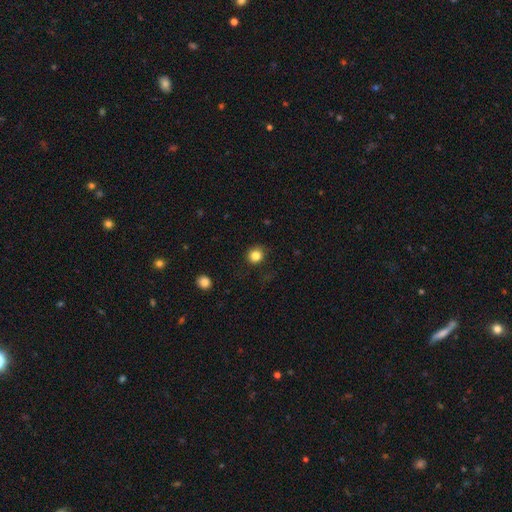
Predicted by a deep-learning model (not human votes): A smooth galaxy with no disk features (83%) that is round (85%).

Vote fractions:
- Smooth or featured? smooth: 83% / star or artifact: 12% / featured or disk: 5%
- How rounded? round: 85% / in between: 14% / cigar-shaped: 1%
- Merging? none: 84% / minor disturbance: 12% / major disturbance: 3% / merger: 1%